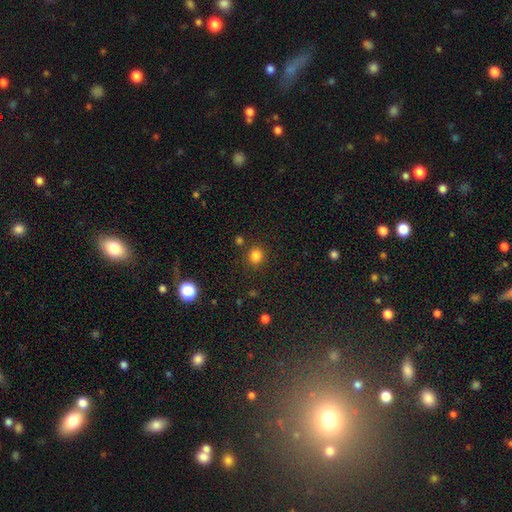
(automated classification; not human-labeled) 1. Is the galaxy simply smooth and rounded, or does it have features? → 82% smooth, 13% star or artifact, 4% featured or disk.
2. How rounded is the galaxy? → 85% round, 14% in between, 1% cigar-shaped.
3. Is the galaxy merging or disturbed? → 85% none, 8% minor disturbance, 4% merger, 3% major disturbance.